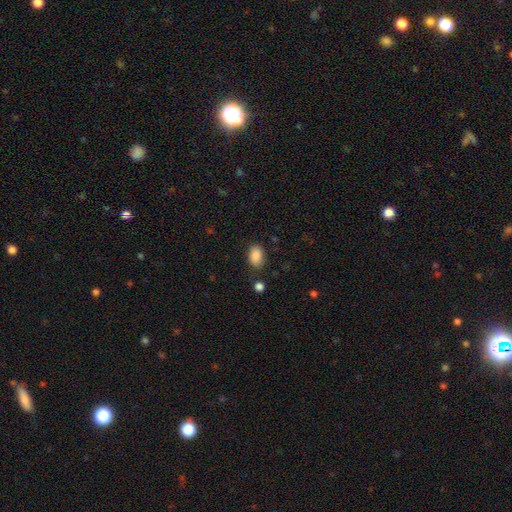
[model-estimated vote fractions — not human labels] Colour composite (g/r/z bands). It shows a smooth galaxy with no disk features (88%) that is in between round and cigar-shaped (86%). Merging: none (80%).